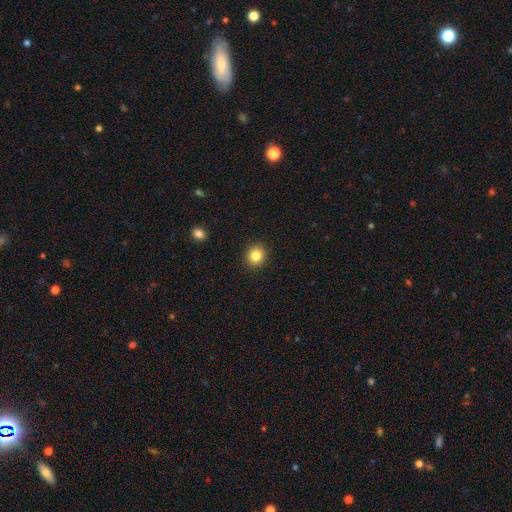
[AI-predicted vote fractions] This appears to be a smooth galaxy with no disk features (85%) that is round (84%). Merging: none (91%).